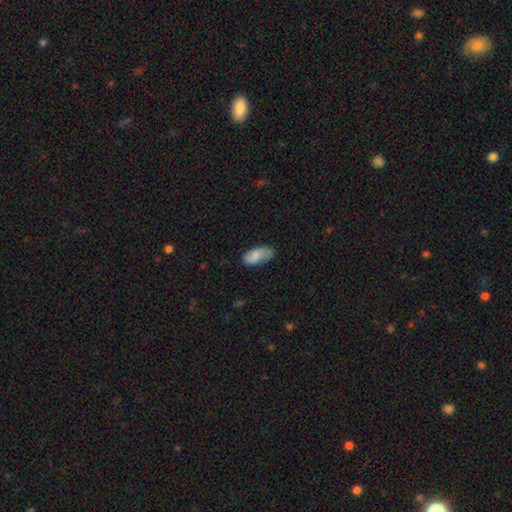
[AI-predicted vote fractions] Smooth or featured? Predicted: smooth (p=0.80). How rounded? Predicted: in between (p=0.90). Merging? Predicted: none (p=0.56).